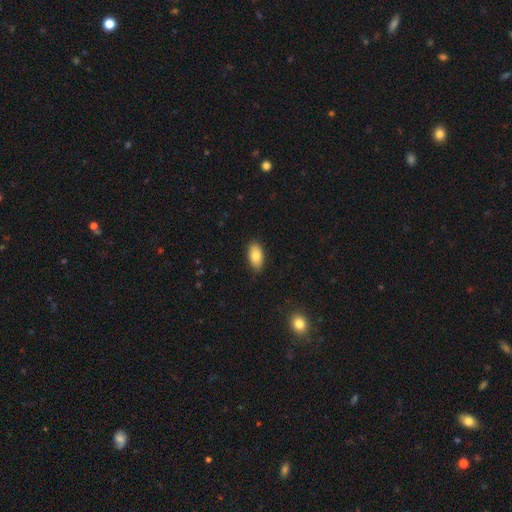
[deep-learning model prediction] A smooth galaxy with no disk features (83%) that is in between round and cigar-shaped (93%).

Vote fractions:
- Smooth or featured? smooth: 83% / featured or disk: 10% / star or artifact: 7%
- How rounded? in between: 93% / round: 4% / cigar-shaped: 3%
- Merging? none: 85% / minor disturbance: 12% / major disturbance: 2% / merger: 1%